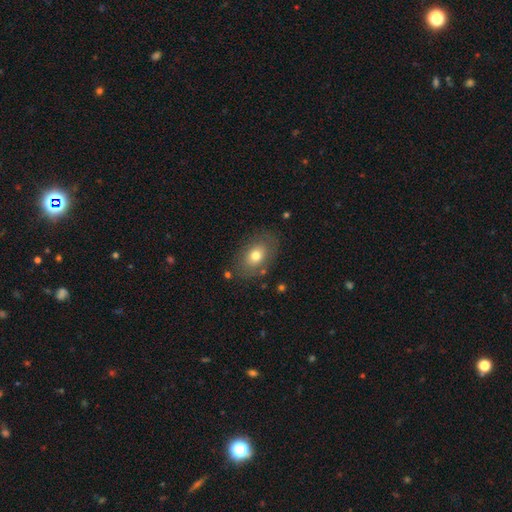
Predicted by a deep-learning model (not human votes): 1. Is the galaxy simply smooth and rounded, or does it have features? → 68% smooth, 23% featured or disk, 9% star or artifact.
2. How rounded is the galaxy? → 79% in between, 19% round, 1% cigar-shaped.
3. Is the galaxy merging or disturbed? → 79% none, 14% minor disturbance, 5% major disturbance, 2% merger.